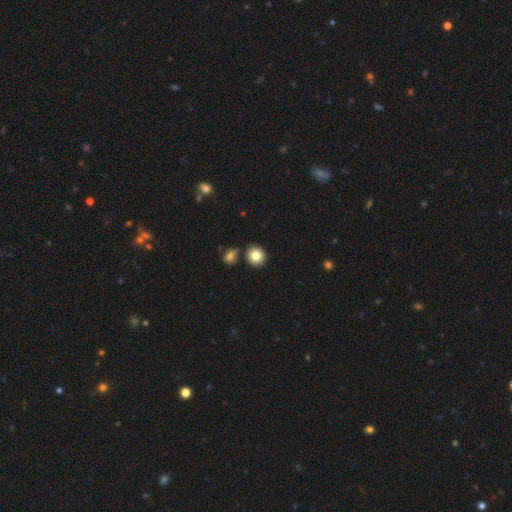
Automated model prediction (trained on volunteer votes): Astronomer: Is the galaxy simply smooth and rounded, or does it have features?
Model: smooth — 83%.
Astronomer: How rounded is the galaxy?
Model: round — 85%.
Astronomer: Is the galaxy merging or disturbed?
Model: none — 80%.